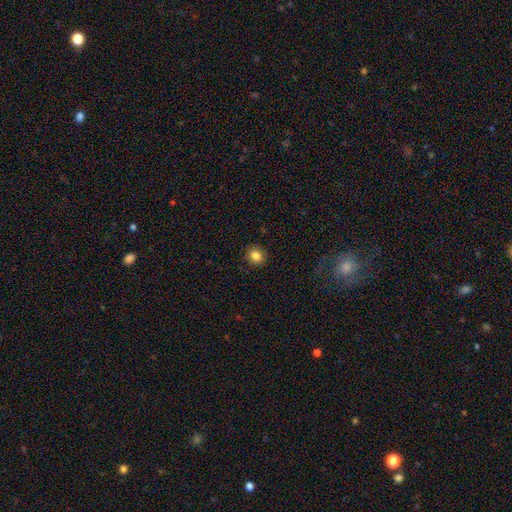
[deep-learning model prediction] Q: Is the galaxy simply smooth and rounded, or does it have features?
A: smooth — 84%.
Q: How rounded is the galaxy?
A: round — 81%.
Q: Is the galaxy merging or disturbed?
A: none — 90%.